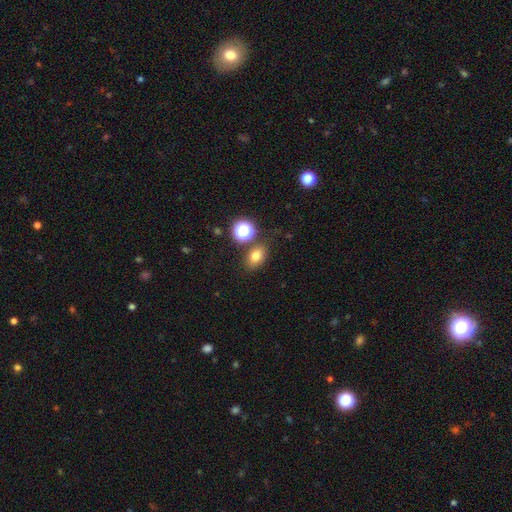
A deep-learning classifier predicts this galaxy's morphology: Q: Smooth or featured?
A: smooth (74%); runner-up: star or artifact (16%)
Q: How rounded?
A: in between (70%); runner-up: round (28%)
Q: Merging?
A: none (76%); runner-up: minor disturbance (11%)